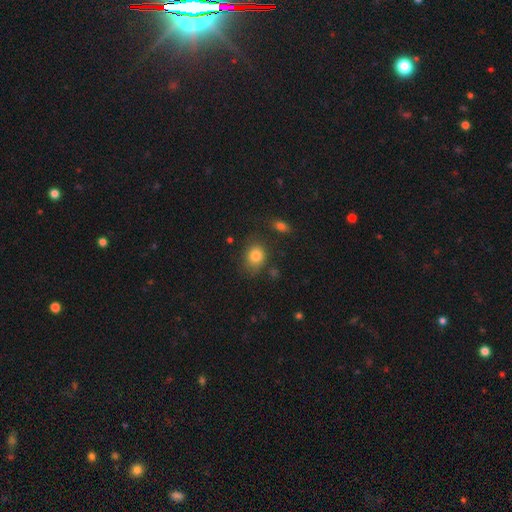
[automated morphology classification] smooth-or-featured: smooth: 83% | star or artifact: 10% | featured or disk: 7%
  how-rounded: round: 54% | in between: 45% | cigar-shaped: 1%
  merging: none: 73% | minor disturbance: 18% | major disturbance: 5% | merger: 4%